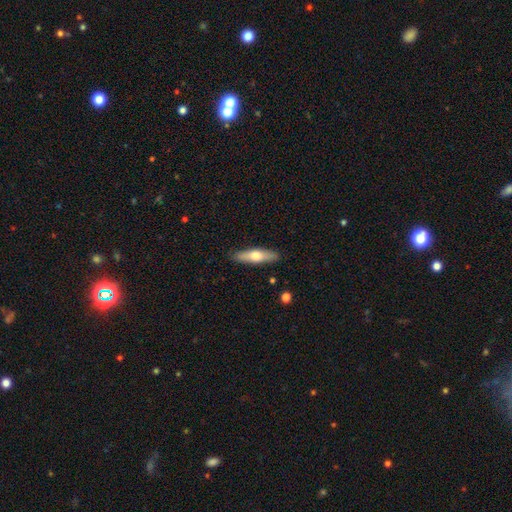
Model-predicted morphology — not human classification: Q: Smooth or featured?
A: smooth (55%); runner-up: featured or disk (39%)
Q: How rounded?
A: cigar-shaped (68%); runner-up: in between (30%)
Q: Merging?
A: none (88%); runner-up: minor disturbance (9%)